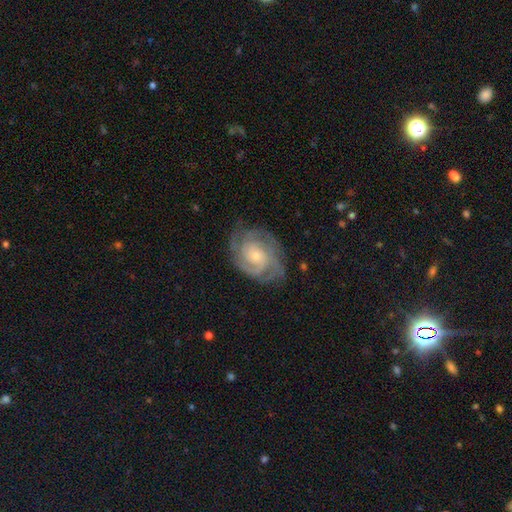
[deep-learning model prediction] smooth_or_featured: featured or disk (p=0.86) [alt: smooth p=0.08]
disk_edge_on: no (p=0.97) [alt: yes p=0.03]
bar: no (p=0.72) [alt: weak p=0.24]
has_spiral_arms: yes (p=0.97) [alt: no p=0.03]
spiral_winding: tight (p=0.66) [alt: medium p=0.29]
spiral_arm_count: 3 (p=0.31) [alt: can't tell p=0.22]
bulge_size: small (p=0.59) [alt: moderate p=0.35]
merging: none (p=0.76) [alt: minor disturbance p=0.17]